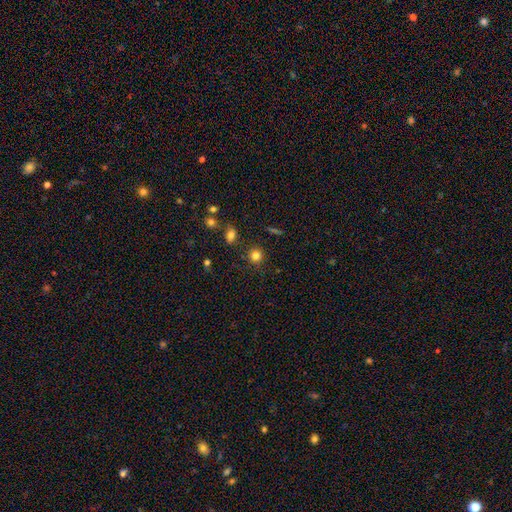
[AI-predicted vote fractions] The model was most divided on "smooth or featured": smooth: 82%, star or artifact: 12%, featured or disk: 6%. More confident: how rounded — round (91%); merging — none (86%).